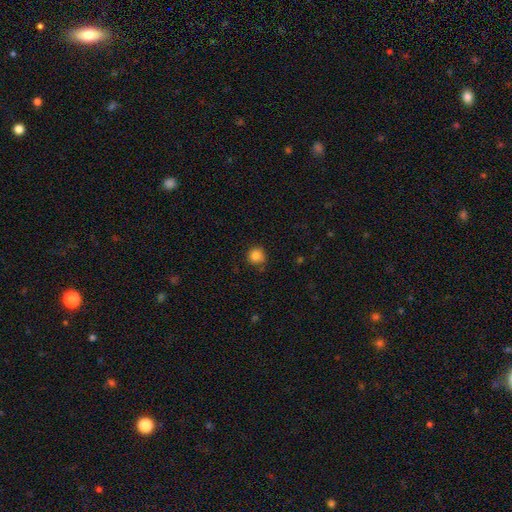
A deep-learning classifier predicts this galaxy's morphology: Q: Smooth or featured?
A: smooth (84%); runner-up: star or artifact (11%)
Q: How rounded?
A: round (90%); runner-up: in between (9%)
Q: Merging?
A: none (76%); runner-up: minor disturbance (18%)